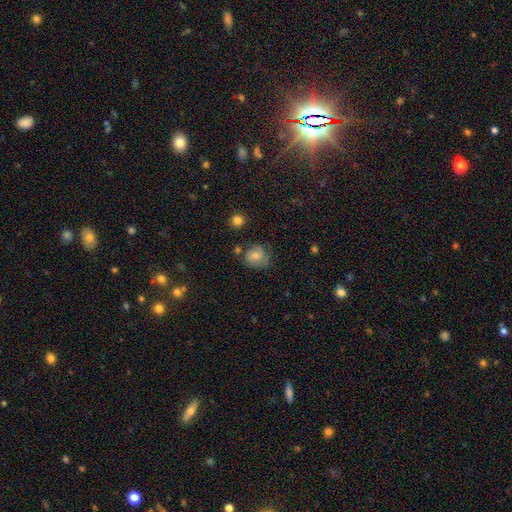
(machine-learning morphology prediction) This appears to be a smooth galaxy with no disk features (62%) that is round (69%). Merging: none (53%).